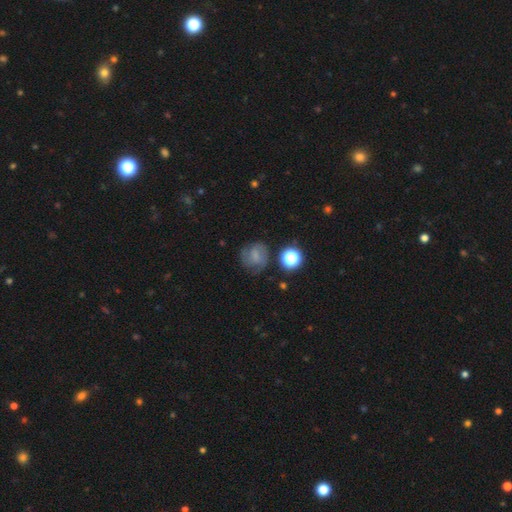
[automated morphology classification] Smooth or featured: smooth — 52% (featured or disk — 33%)
How rounded: round — 75% (in between — 24%)
Merging: none — 60% (minor disturbance — 23%)